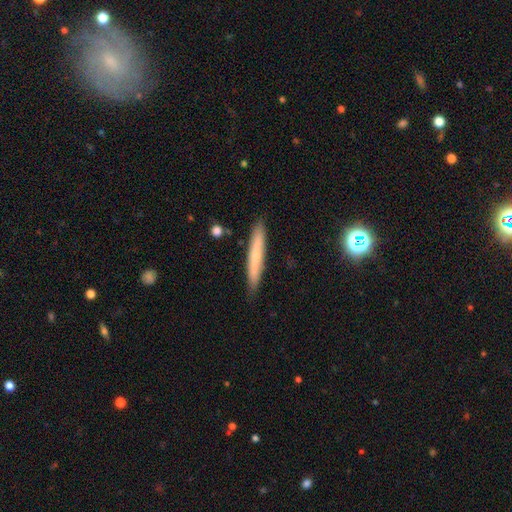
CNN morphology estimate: Smooth or featured: smooth — 58% (featured or disk — 35%)
How rounded: cigar-shaped — 94% (in between — 5%)
Merging: none — 88% (minor disturbance — 9%)